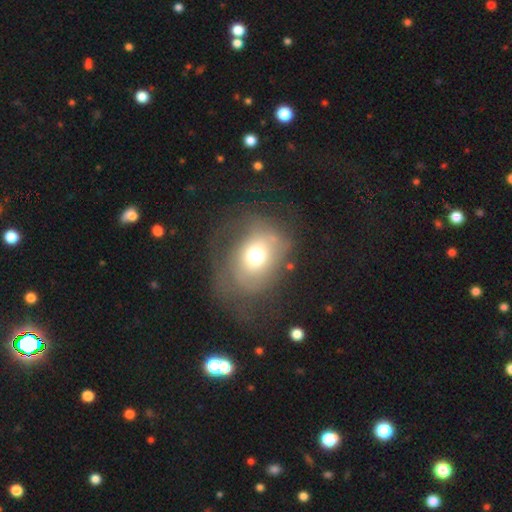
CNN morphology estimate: Q: Smooth or featured?
A: smooth (55%); runner-up: featured or disk (31%)
Q: How rounded?
A: round (53%); runner-up: in between (46%)
Q: Merging?
A: none (44%); runner-up: major disturbance (32%)